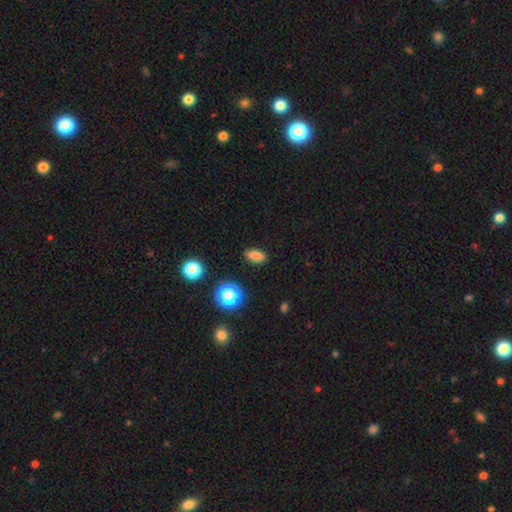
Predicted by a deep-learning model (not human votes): A smooth galaxy with no disk features (79%) that is in between round and cigar-shaped (79%). Merging: none (88%).